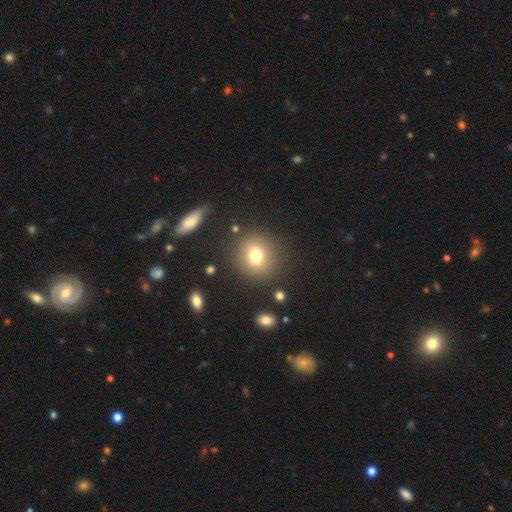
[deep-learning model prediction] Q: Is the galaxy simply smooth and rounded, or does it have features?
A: smooth — 75%.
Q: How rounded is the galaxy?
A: round — 87%.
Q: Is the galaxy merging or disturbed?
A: none — 85%.